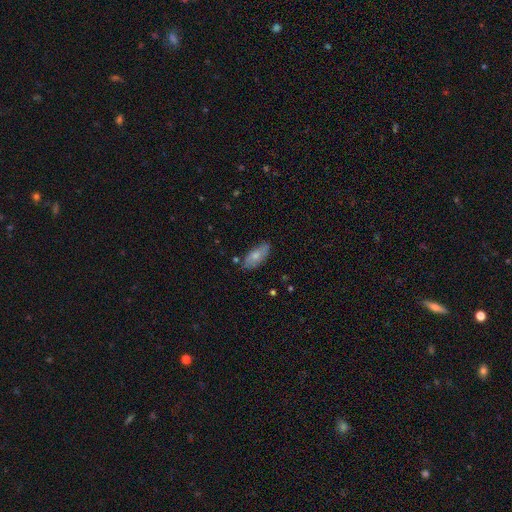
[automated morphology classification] The model was most divided on "smooth or featured": smooth: 73%, featured or disk: 21%, star or artifact: 6%. More confident: how rounded — in between (85%); merging — none (76%).